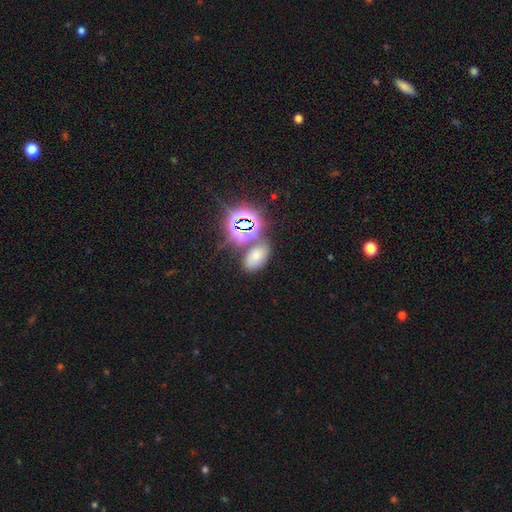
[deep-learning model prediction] Morphology: type=smooth (51%); roundness=in between (88%); merging=none (70%).